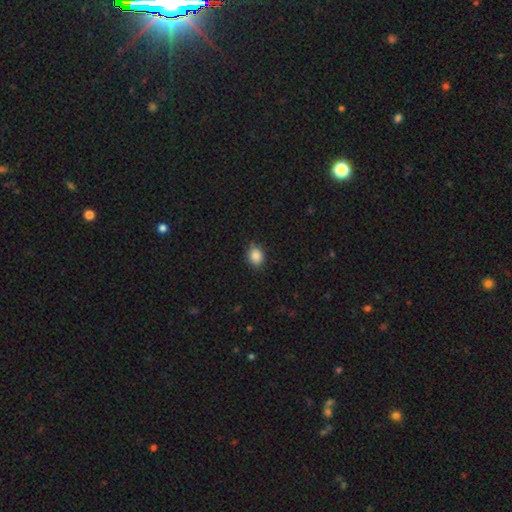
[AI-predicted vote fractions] Smooth or featured? smooth (87%)
How rounded? in between (50%)
Merging? none (81%)